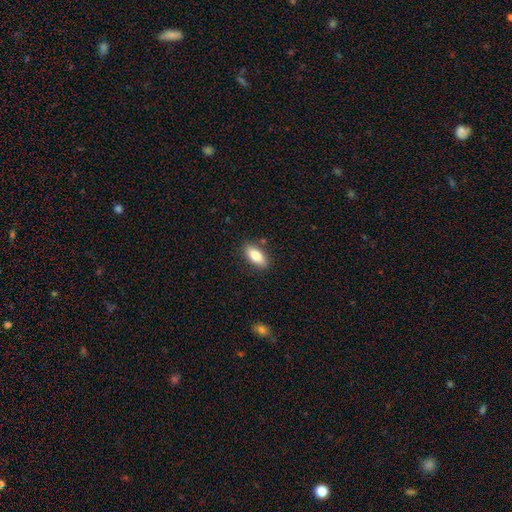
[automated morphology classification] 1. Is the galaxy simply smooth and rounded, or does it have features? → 83% smooth, 11% featured or disk, 7% star or artifact.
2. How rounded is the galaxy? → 86% in between, 10% cigar-shaped, 3% round.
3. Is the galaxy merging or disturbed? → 85% none, 10% minor disturbance, 2% major disturbance, 2% merger.